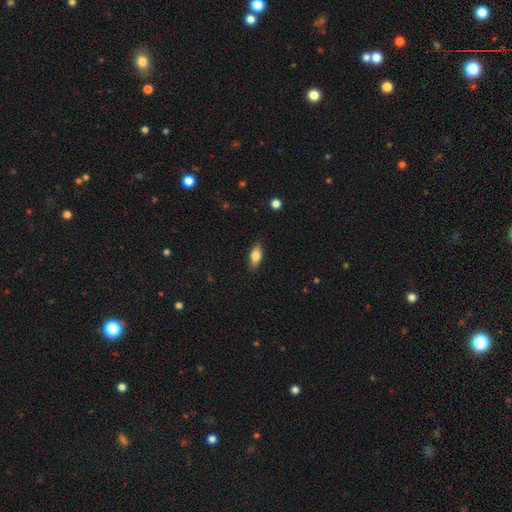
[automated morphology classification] smooth_or_featured: smooth (p=0.75) [alt: featured or disk p=0.18]
how_rounded: in between (p=0.83) [alt: cigar-shaped p=0.14]
merging: none (p=0.86) [alt: minor disturbance p=0.10]